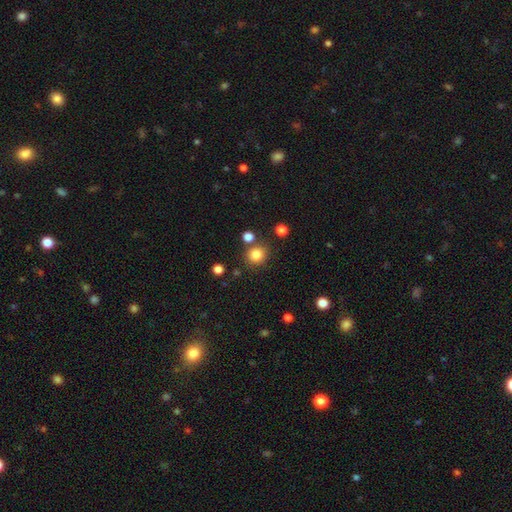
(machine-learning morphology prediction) Overall: smooth (84%). How rounded: round (87%). Merging: none (79%).